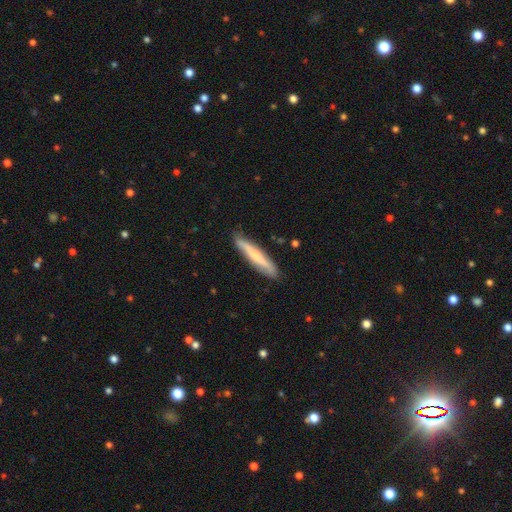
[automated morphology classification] Smooth or featured? smooth (49%)
Merging? none (86%)